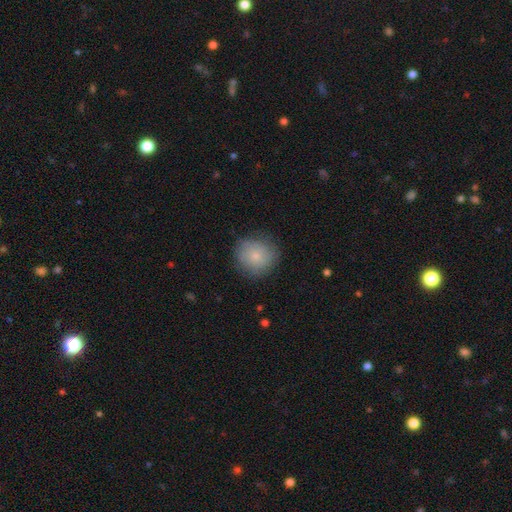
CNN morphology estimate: Smooth or featured?
  - smooth: 77% *
  - featured or disk: 15%
  - star or artifact: 8%
How rounded?
  - round: 91% *
  - in between: 8%
  - cigar-shaped: 1%
Merging?
  - none: 81% *
  - minor disturbance: 14%
  - major disturbance: 4%
  - merger: 1%